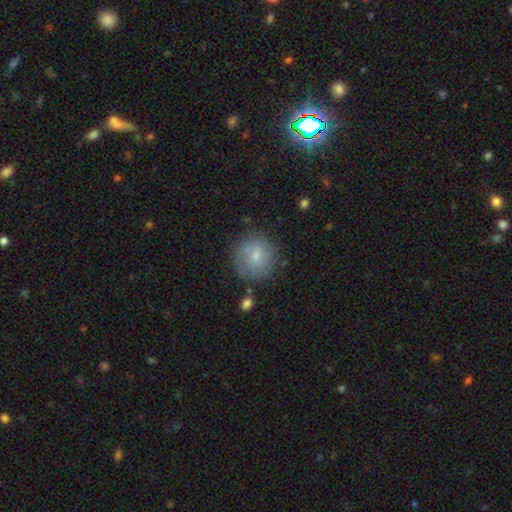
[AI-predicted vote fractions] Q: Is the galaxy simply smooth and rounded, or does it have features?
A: smooth — 74%.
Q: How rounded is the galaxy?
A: round — 90%.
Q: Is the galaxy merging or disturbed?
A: none — 74%.